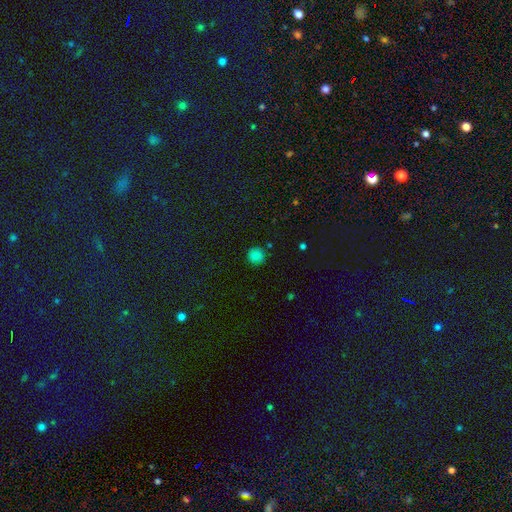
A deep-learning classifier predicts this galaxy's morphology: smooth-or-featured: smooth: 83% | star or artifact: 13% | featured or disk: 4%
  how-rounded: round: 94% | in between: 5% | cigar-shaped: 1%
  merging: none: 87% | minor disturbance: 9% | major disturbance: 2% | merger: 2%